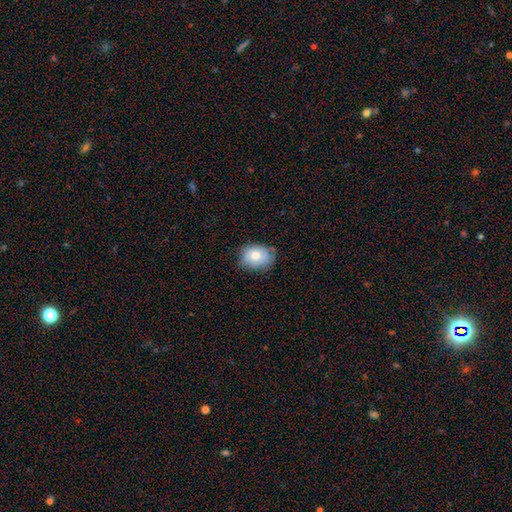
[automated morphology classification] The model was most divided on "how rounded": in between: 61%, round: 38%, cigar-shaped: 1%. More confident: merging — none (70%); smooth or featured — smooth (70%).